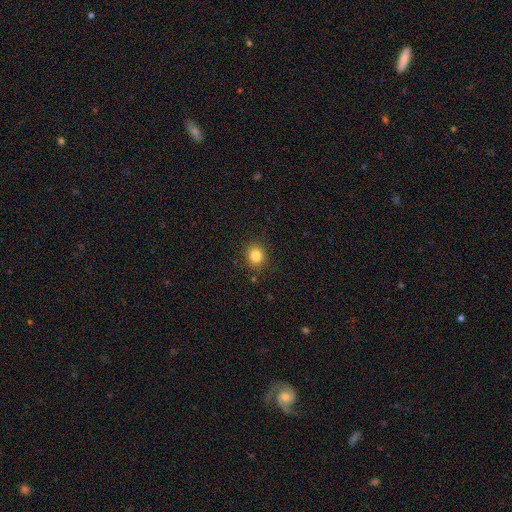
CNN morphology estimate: smooth_or_featured: smooth (p=0.82) [alt: star or artifact p=0.12]
how_rounded: round (p=0.78) [alt: in between p=0.21]
merging: none (p=0.87) [alt: minor disturbance p=0.09]